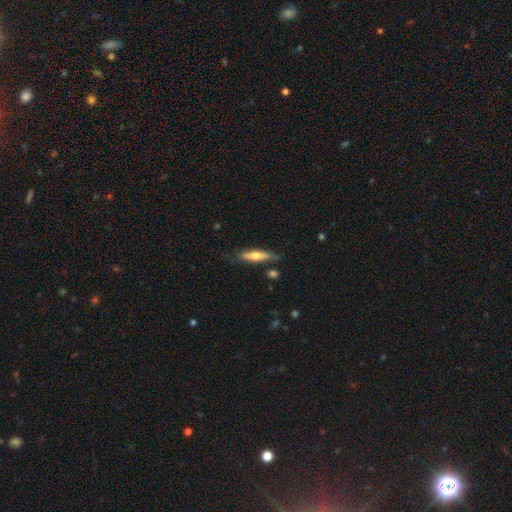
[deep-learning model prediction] Smooth or featured?
  - smooth: 54% *
  - featured or disk: 41%
  - star or artifact: 6%
How rounded?
  - cigar-shaped: 72% *
  - in between: 26%
  - round: 2%
Merging?
  - none: 75% *
  - minor disturbance: 18%
  - major disturbance: 4%
  - merger: 3%